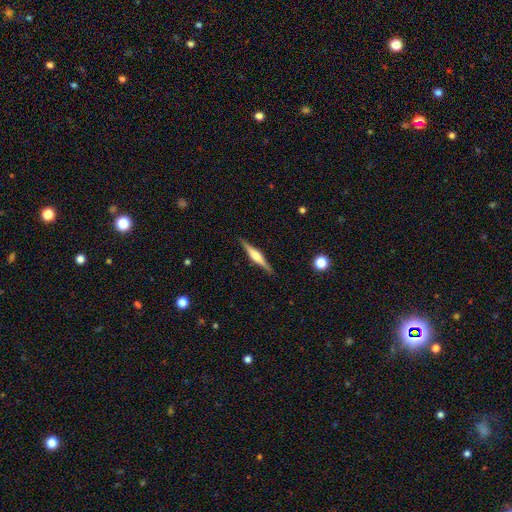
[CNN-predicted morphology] Smooth or featured?
  - featured or disk: 72% *
  - smooth: 23%
  - star or artifact: 5%
Edge-on disk?
  - yes: 98% *
  - no: 2%
Edge-on bulge?
  - rounded: 78% *
  - boxy: 17%
  - none: 5%
Merging?
  - none: 90% *
  - minor disturbance: 7%
  - major disturbance: 2%
  - merger: 1%